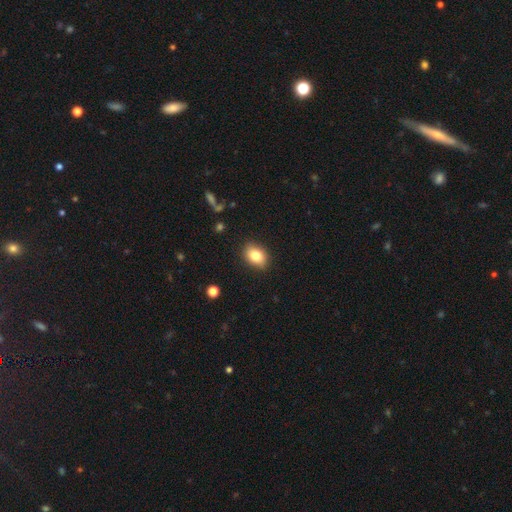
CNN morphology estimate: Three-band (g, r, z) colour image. It shows a smooth galaxy with no disk features (82%) that is in between round and cigar-shaped (73%). Merging: none (87%).